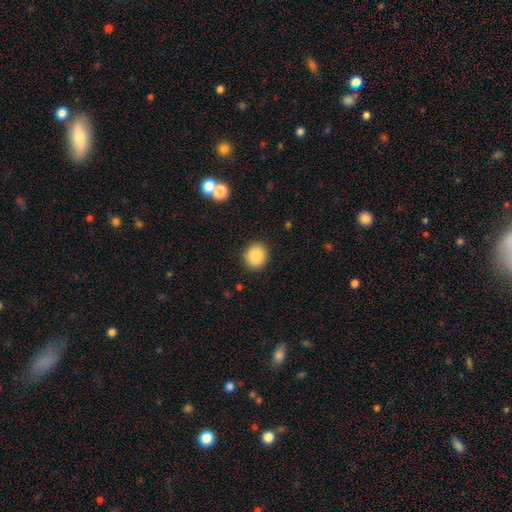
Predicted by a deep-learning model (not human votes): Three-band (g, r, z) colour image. It shows a smooth galaxy with no disk features (87%) that is round (79%). Merging: none (90%).